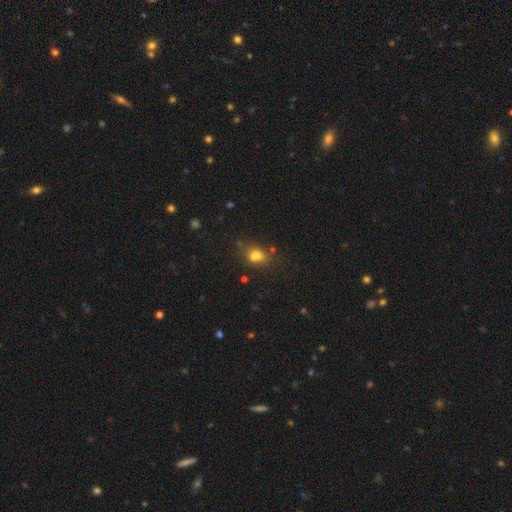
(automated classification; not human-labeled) A smooth galaxy with no disk features (77%) that is in between round and cigar-shaped (69%). Merging: none (61%).